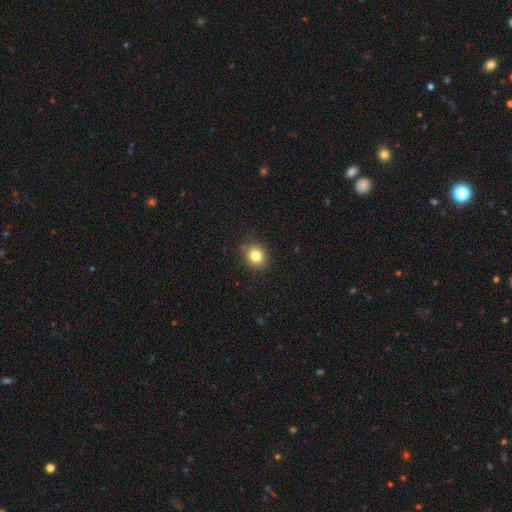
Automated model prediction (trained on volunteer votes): smooth_or_featured: smooth (p=0.81) [alt: star or artifact p=0.12]
how_rounded: round (p=0.80) [alt: in between p=0.19]
merging: none (p=0.87) [alt: minor disturbance p=0.10]